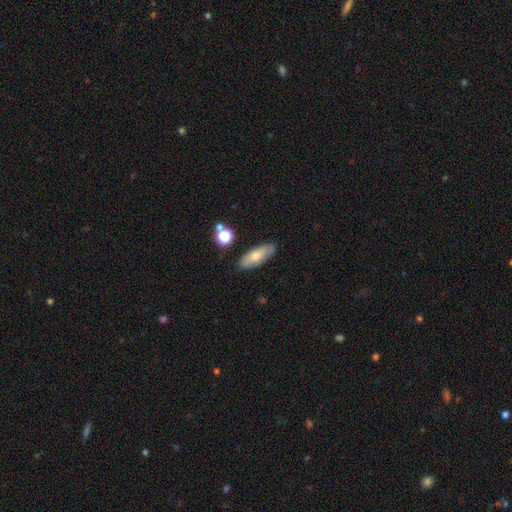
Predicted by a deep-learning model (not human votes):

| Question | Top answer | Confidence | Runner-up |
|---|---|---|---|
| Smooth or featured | smooth | 64% | featured or disk (28%) |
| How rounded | in between | 68% | cigar-shaped (29%) |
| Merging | none | 80% | minor disturbance (14%) |